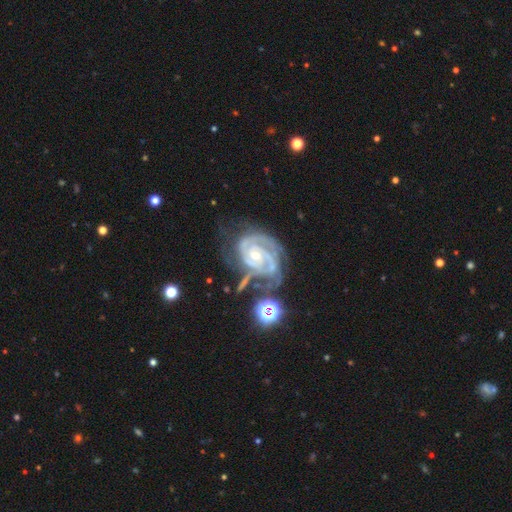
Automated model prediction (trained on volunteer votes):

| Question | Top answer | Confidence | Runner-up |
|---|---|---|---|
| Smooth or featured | featured or disk | 91% | star or artifact (6%) |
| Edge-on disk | no | 98% | yes (2%) |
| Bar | no | 60% | weak (29%) |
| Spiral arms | yes | 98% | no (2%) |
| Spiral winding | tight | 69% | medium (27%) |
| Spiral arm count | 2 | 40% | 3 (33%) |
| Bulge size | small | 60% | moderate (36%) |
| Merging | none | 48% | minor disturbance (25%) |